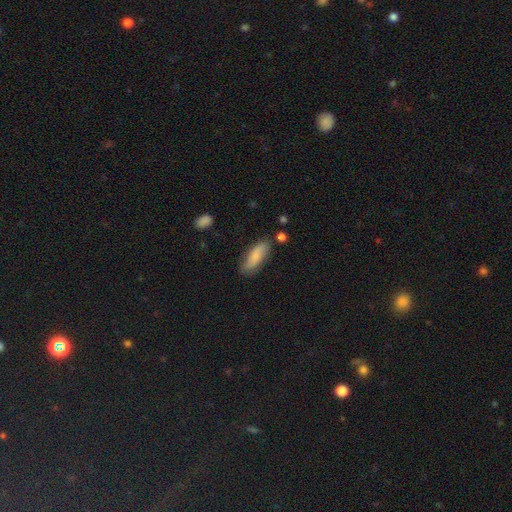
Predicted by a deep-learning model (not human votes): A smooth galaxy with no disk features (72%) that is in between round and cigar-shaped (68%).

Vote fractions:
- Smooth or featured? smooth: 72% / featured or disk: 21% / star or artifact: 7%
- How rounded? in between: 68% / cigar-shaped: 29% / round: 2%
- Merging? none: 75% / minor disturbance: 18% / major disturbance: 4% / merger: 3%